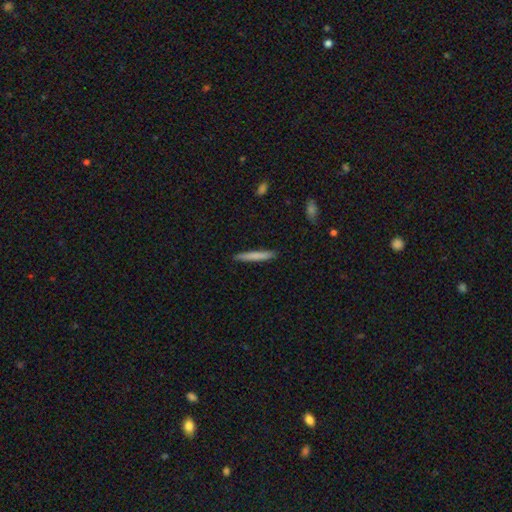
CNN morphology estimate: Overall: smooth (77%). How rounded: cigar-shaped (95%). Merging: none (90%).